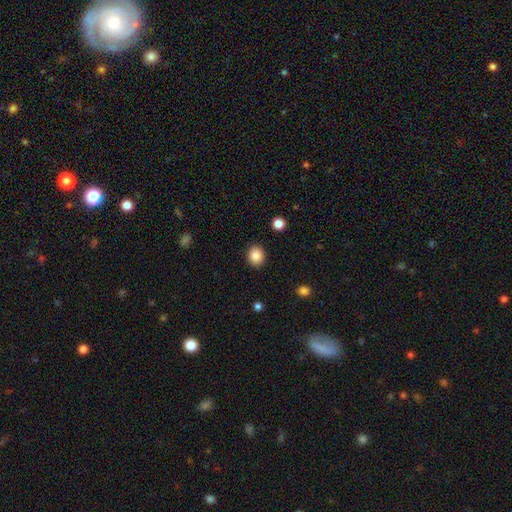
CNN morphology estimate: A smooth galaxy with no disk features (86%) that is round (64%). Merging: none (90%).